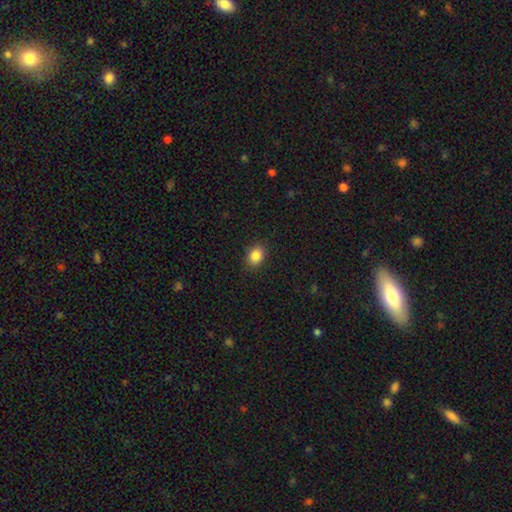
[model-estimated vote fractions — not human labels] Smooth or featured: smooth — 86% (star or artifact — 10%)
How rounded: in between — 55% (round — 44%)
Merging: none — 88% (minor disturbance — 9%)